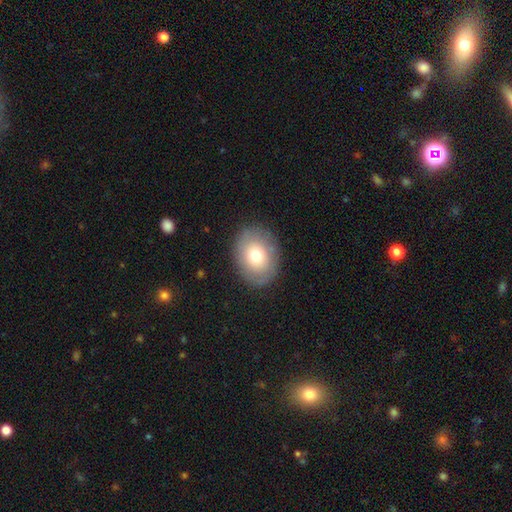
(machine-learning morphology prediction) Overall: smooth (73%). How rounded: in between (59%; round 40%). Merging: none (85%).